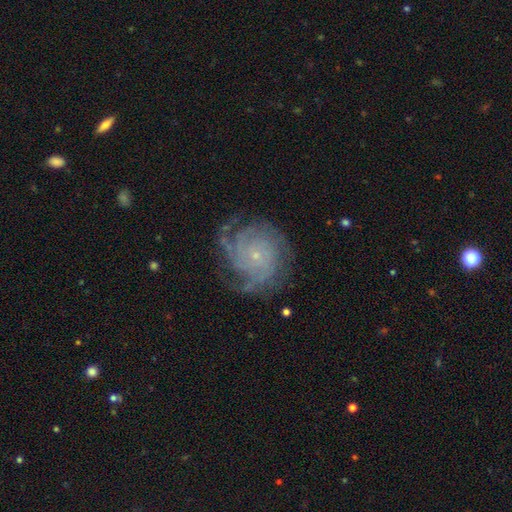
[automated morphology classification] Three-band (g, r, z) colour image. It shows a featured or disk galaxy (84%) with no bar (81%), 4 (27%) tight (70%) spiral arms (97%) and a small central bulge (86%). Merging: none (75%).